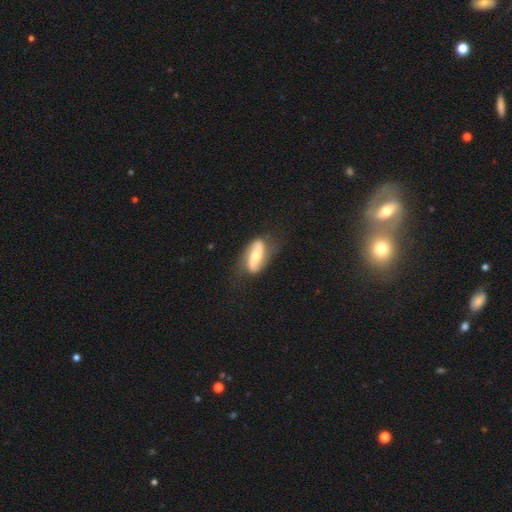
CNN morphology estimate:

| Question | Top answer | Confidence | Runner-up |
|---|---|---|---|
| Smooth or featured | featured or disk | 66% | smooth (28%) |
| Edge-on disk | no | 91% | yes (9%) |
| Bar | no | 41% | strong (32%) |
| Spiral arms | yes | 89% | no (11%) |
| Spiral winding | loose | 63% | medium (25%) |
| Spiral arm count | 2 | 90% | can't tell (5%) |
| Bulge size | moderate | 54% | small (35%) |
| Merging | none | 68% | minor disturbance (21%) |